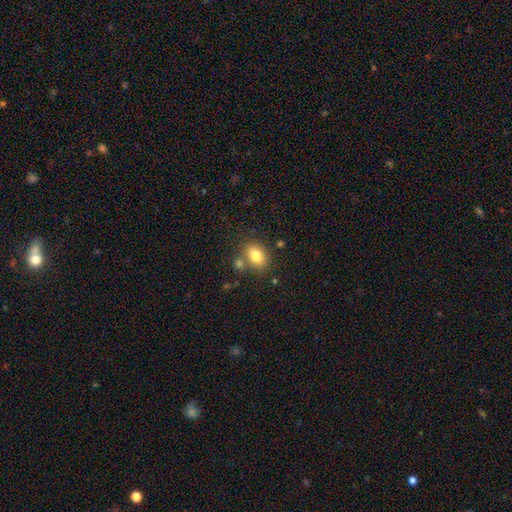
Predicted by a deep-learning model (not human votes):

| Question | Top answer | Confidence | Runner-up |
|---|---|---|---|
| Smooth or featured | smooth | 79% | featured or disk (11%) |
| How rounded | in between | 76% | round (23%) |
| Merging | none | 70% | merger (15%) |